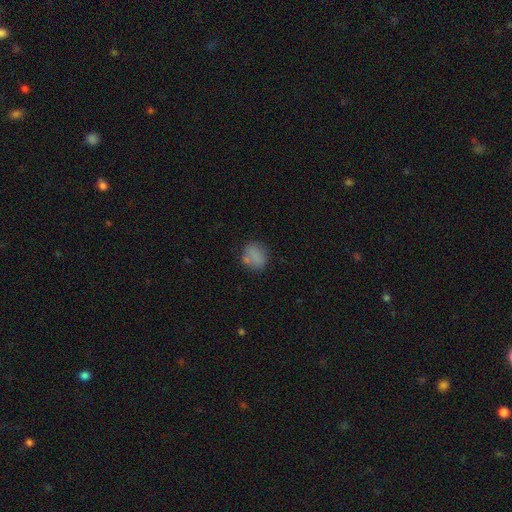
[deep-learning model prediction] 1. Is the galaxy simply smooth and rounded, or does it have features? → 80% smooth, 11% star or artifact, 10% featured or disk.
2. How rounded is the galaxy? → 67% round, 31% in between, 1% cigar-shaped.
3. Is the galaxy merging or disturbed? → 70% none, 17% minor disturbance, 7% merger, 6% major disturbance.